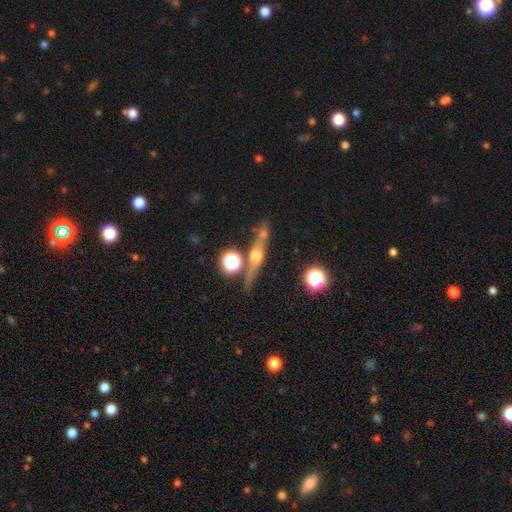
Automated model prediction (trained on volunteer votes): This appears to be a featured or disk galaxy (66%) viewed edge-on (92%) with a rounded central bulge (84%). Merging: none (72%).